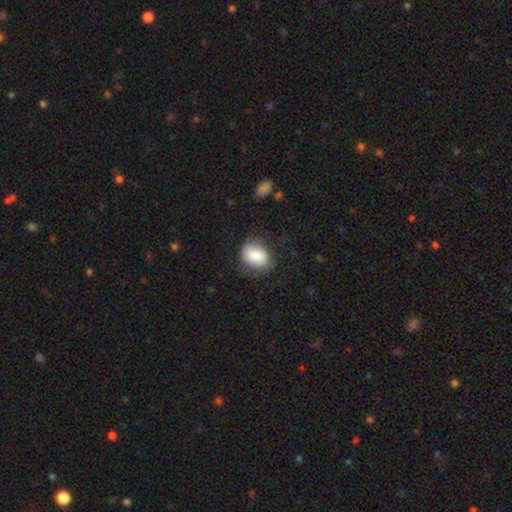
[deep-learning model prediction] Q: Smooth or featured?
A: smooth (78%); runner-up: featured or disk (14%)
Q: How rounded?
A: in between (62%); runner-up: round (37%)
Q: Merging?
A: none (70%); runner-up: minor disturbance (21%)